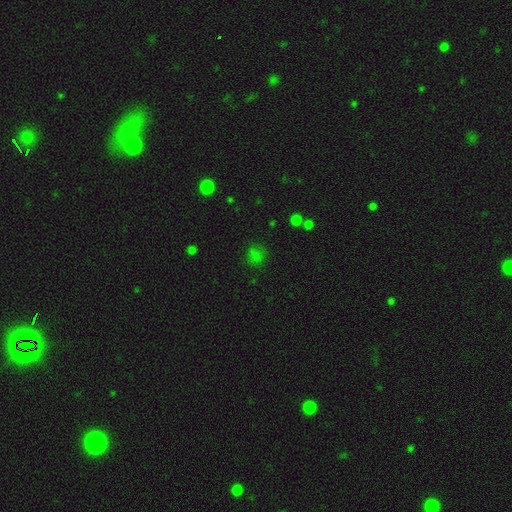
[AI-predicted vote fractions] Overall: smooth (65%; star or artifact 29%). How rounded: round (79%). Merging: none (74%).